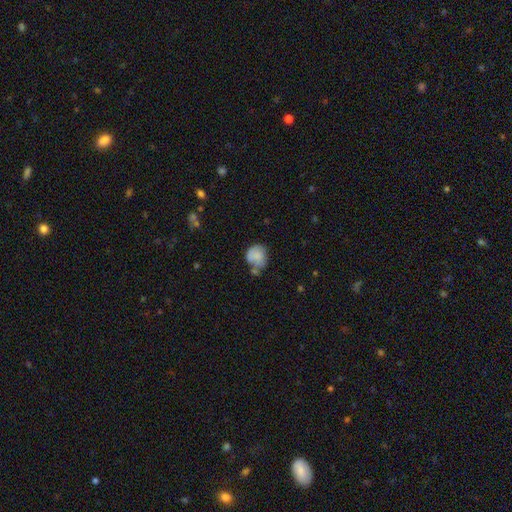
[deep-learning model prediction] This appears to be a smooth galaxy with no disk features (74%) that is round (72%). Merging: none (42%).